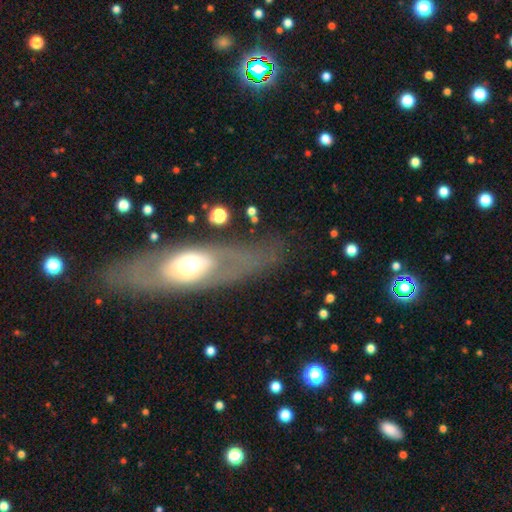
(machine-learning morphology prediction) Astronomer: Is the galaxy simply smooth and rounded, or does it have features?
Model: featured or disk — 61%.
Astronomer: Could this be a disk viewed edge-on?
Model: no — 64%.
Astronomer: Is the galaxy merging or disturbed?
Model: none — 80%.